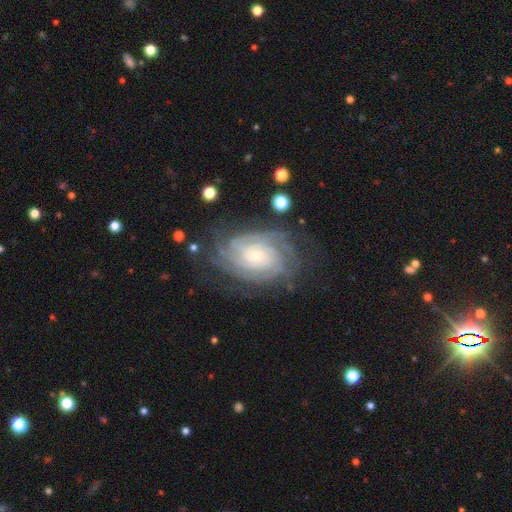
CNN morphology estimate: Smooth or featured?
  - featured or disk: 87% *
  - smooth: 7%
  - star or artifact: 6%
Edge-on disk?
  - no: 97% *
  - yes: 3%
Bar?
  - no: 73% *
  - weak: 21%
  - strong: 6%
Spiral arms?
  - yes: 97% *
  - no: 3%
Spiral winding?
  - tight: 78% *
  - medium: 19%
  - loose: 4%
Spiral arm count?
  - can't tell: 33% *
  - 4: 22%
  - 3: 15%
  - 2: 13%
  - more than 4: 12%
  - 1: 7%
Bulge size?
  - small: 65% *
  - moderate: 28%
  - large: 4%
  - none: 3%
  - dominant: 1%
Merging?
  - none: 72% *
  - minor disturbance: 18%
  - major disturbance: 8%
  - merger: 2%